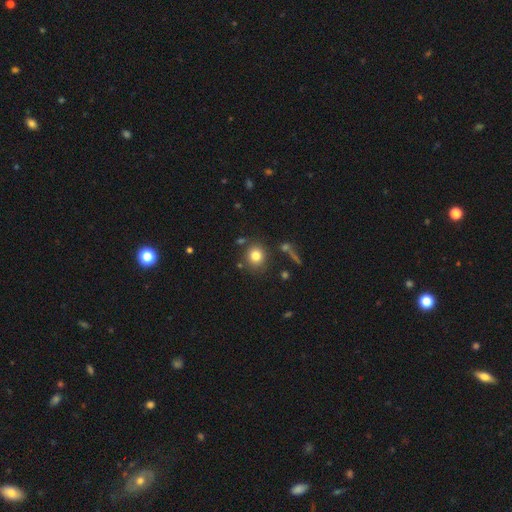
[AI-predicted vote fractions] Overall: smooth (79%). How rounded: round (85%). Merging: none (82%).